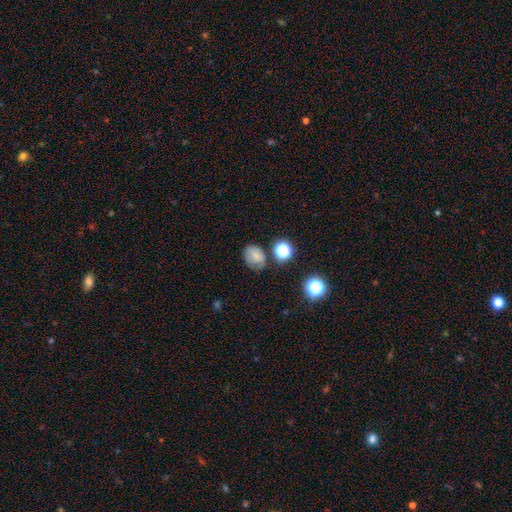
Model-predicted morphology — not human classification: Smooth or featured? Predicted: smooth (p=0.71). How rounded? Predicted: in between (p=0.61). Merging? Predicted: none (p=0.60).